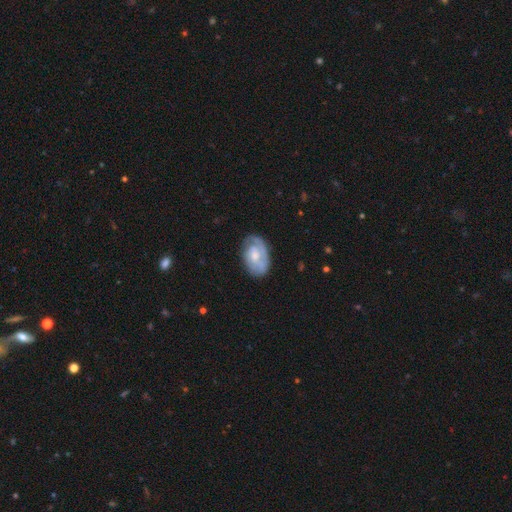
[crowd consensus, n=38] This is likely a featured or disk galaxy (71%). It is clearly not viewed edge-on (100%). Bar: likely no (74%). Spiral arm pattern: likely yes (74%). Spiral arm count: possibly can't tell (50%). Spiral winding: possibly tight (50%). Central bulge: possibly moderate (59%). Merging: clearly none (81%).